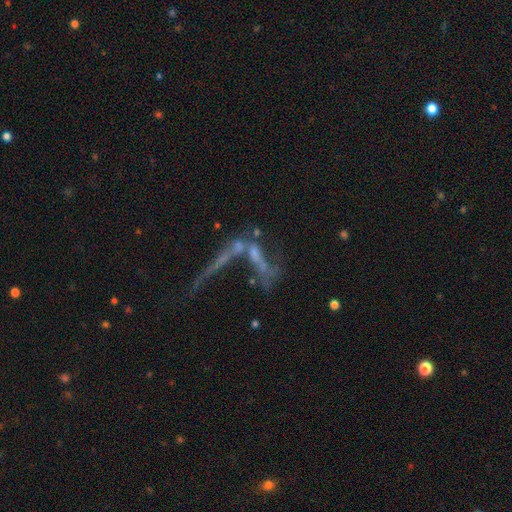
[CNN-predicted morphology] The model was most divided on "merging": merger: 42%, major disturbance: 31%, none: 18%, minor disturbance: 8%. More confident: edge-on disk — no (80%); smooth or featured — featured or disk (57%).